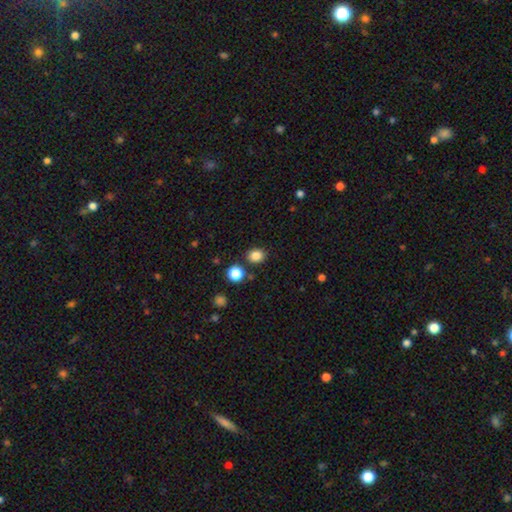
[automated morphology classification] smooth-or-featured: smooth: 84% | star or artifact: 12% | featured or disk: 4%
  how-rounded: round: 64% | in between: 36% | cigar-shaped: 1%
  merging: none: 84% | minor disturbance: 8% | merger: 5% | major disturbance: 3%